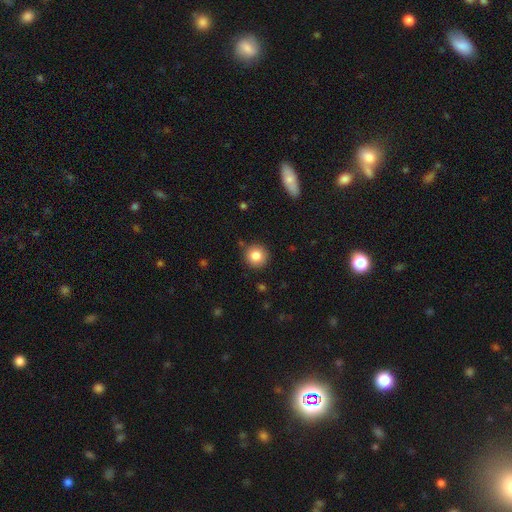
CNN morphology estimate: Smooth or featured: smooth — 83% (star or artifact — 10%)
How rounded: round — 95% (in between — 4%)
Merging: none — 88% (minor disturbance — 7%)